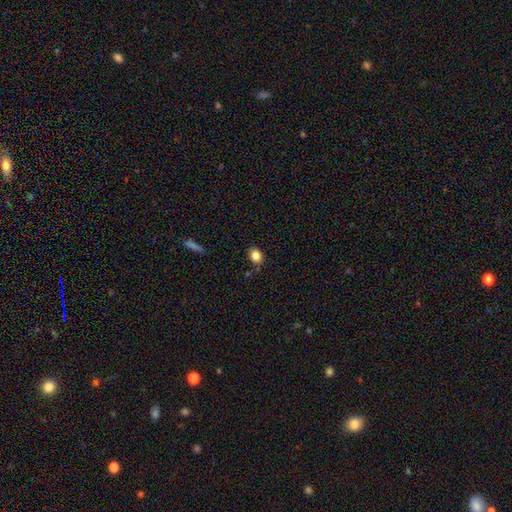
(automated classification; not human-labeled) smooth-or-featured: smooth: 83% | star or artifact: 10% | featured or disk: 7%
  how-rounded: in between: 55% | round: 43% | cigar-shaped: 1%
  merging: none: 78% | minor disturbance: 15% | merger: 4% | major disturbance: 3%